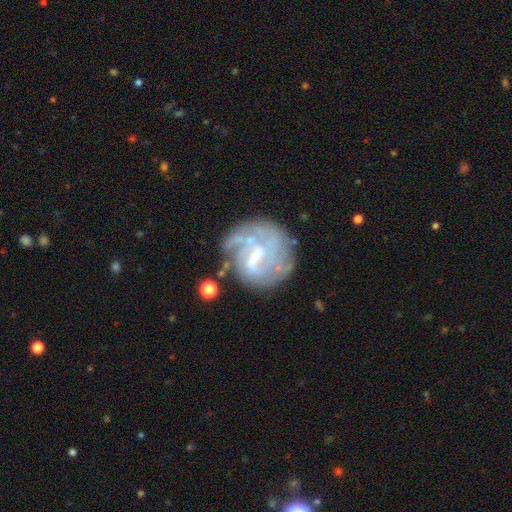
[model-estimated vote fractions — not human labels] The model was most divided on "bulge size": small: 42%, moderate: 30%, none: 24%, large: 3%, dominant: 1%. Remaining: edge-on disk — no (98%); smooth or featured — featured or disk (74%); spiral arms — yes (73%); merging — none (56%); bar — weak (54%); spiral winding — tight (48%); spiral arm count — can't tell (46%).